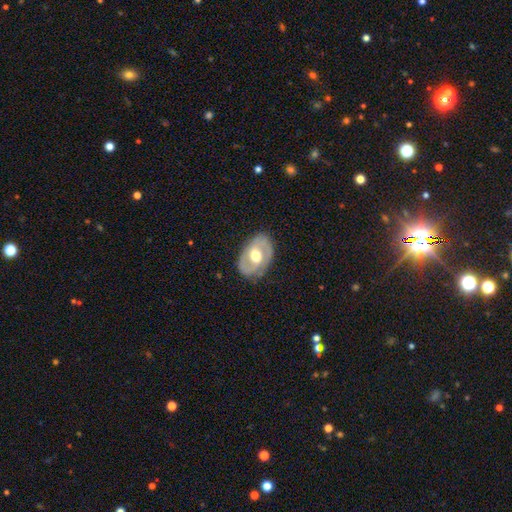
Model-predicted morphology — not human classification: Smooth or featured? featured or disk (68%)
Edge-on disk? no (94%)
Bar? no (43%)
Spiral arms? yes (63%)
Bulge size? moderate (71%)
Merging? none (80%)